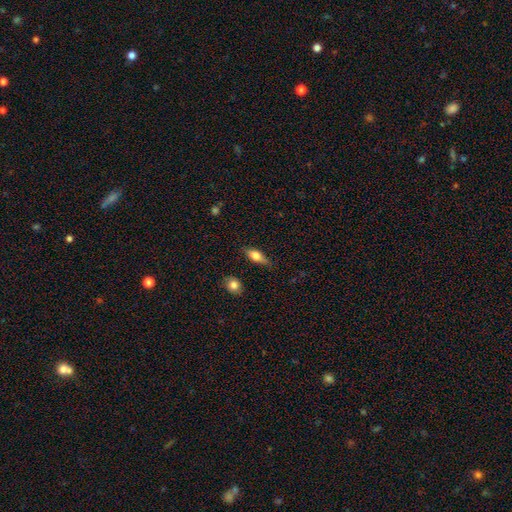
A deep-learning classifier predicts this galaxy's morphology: Smooth or featured? smooth (63%)
How rounded? in between (69%)
Merging? none (78%)